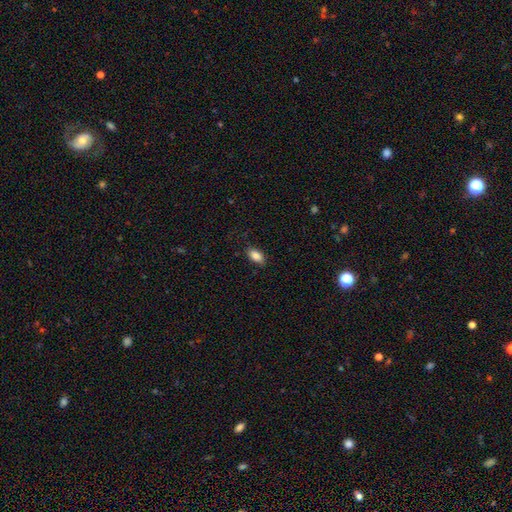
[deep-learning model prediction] Smooth or featured? smooth (87%)
How rounded? in between (91%)
Merging? none (85%)